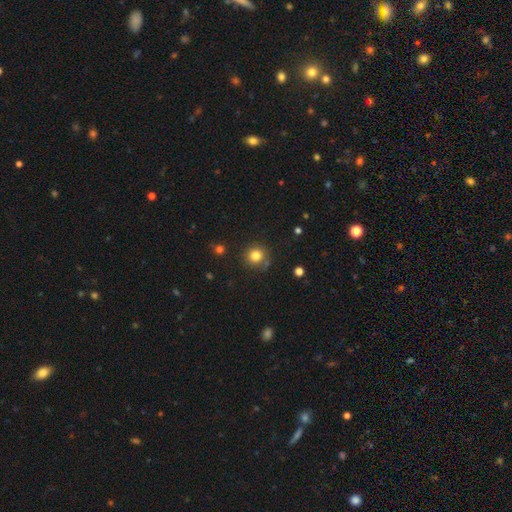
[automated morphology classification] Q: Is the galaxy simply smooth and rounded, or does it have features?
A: smooth — 81%.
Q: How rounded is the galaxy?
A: round — 93%.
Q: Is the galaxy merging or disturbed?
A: none — 80%.